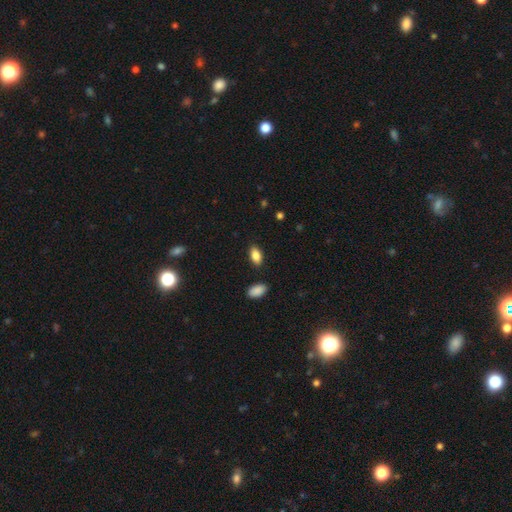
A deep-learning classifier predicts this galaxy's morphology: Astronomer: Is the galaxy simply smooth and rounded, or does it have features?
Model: smooth — 85%.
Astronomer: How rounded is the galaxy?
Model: in between — 91%.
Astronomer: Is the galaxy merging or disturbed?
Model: none — 87%.